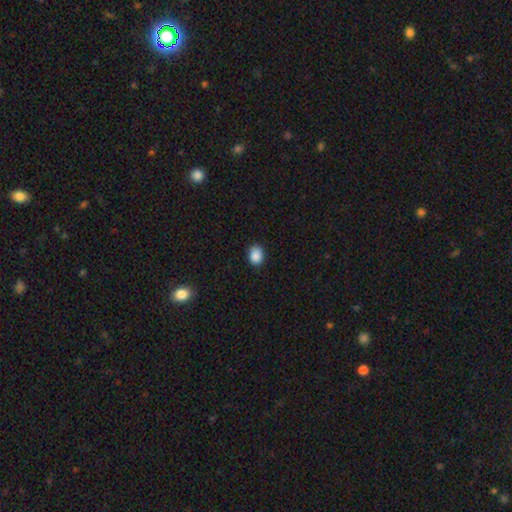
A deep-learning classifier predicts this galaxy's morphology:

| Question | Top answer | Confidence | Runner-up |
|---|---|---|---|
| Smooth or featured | smooth | 88% | star or artifact (9%) |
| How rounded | in between | 52% | round (47%) |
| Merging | none | 82% | minor disturbance (14%) |